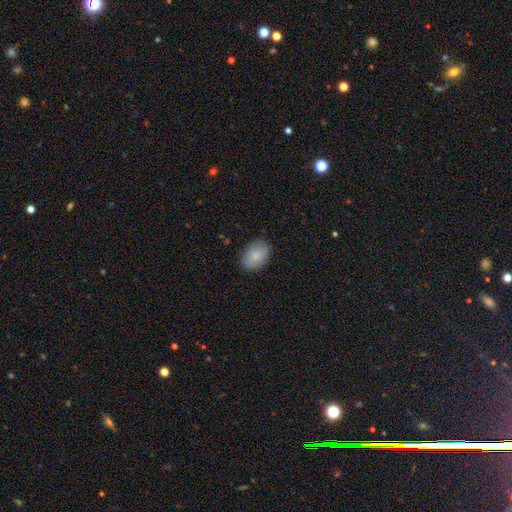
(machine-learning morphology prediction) Overall: smooth (85%). How rounded: in between (81%). Merging: none (84%).